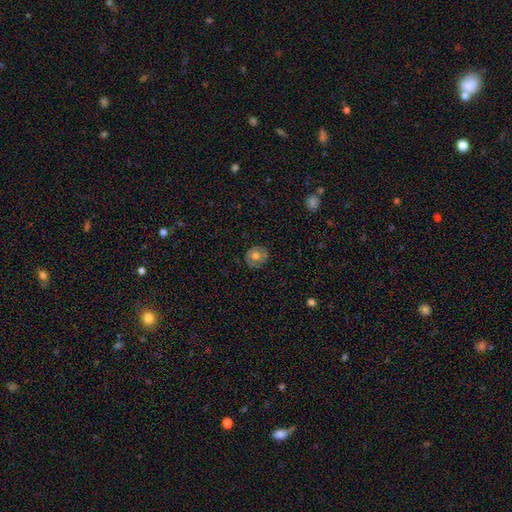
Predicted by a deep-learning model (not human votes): Morphology: type=smooth (59%); roundness=round (84%); merging=none (81%).